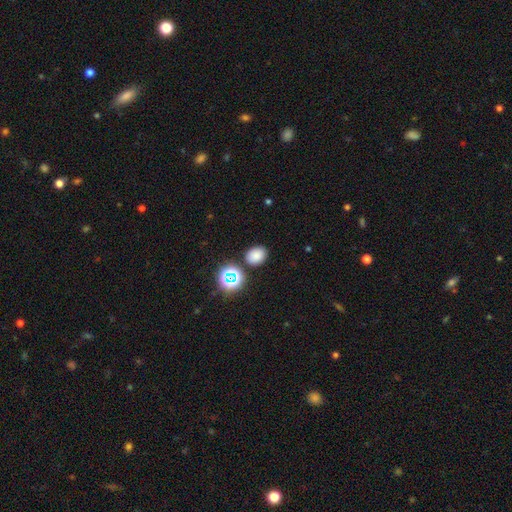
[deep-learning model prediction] This is likely a smooth galaxy (77%). How rounded: possibly in between (55%). Merging: clearly none (83%).